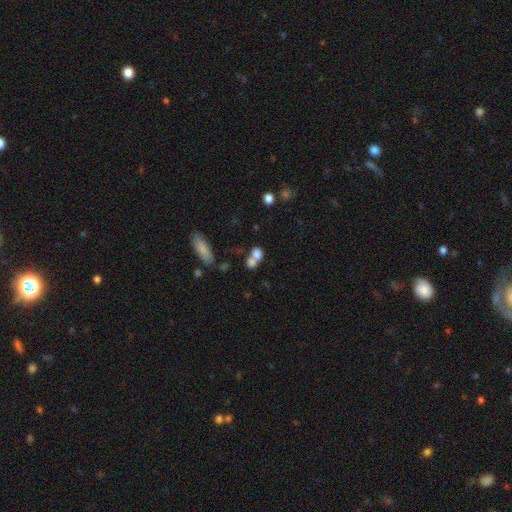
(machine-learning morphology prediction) Overall: smooth (76%). How rounded: round (50%; in between 47%). Merging: merger (58%; none 30%).